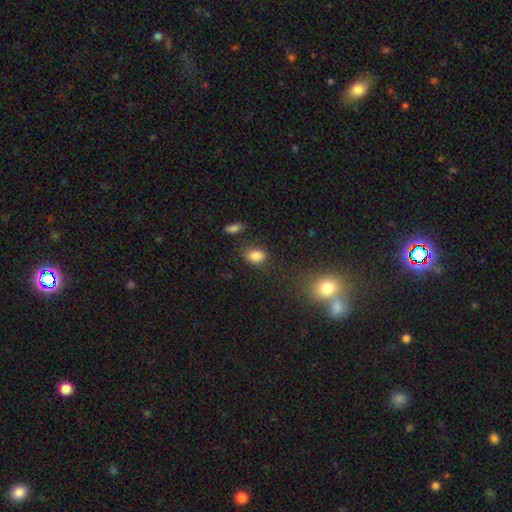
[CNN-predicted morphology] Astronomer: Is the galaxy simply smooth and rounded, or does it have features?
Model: smooth — 84%.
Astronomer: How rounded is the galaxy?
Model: in between — 78%.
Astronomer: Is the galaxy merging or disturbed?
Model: none — 75%.